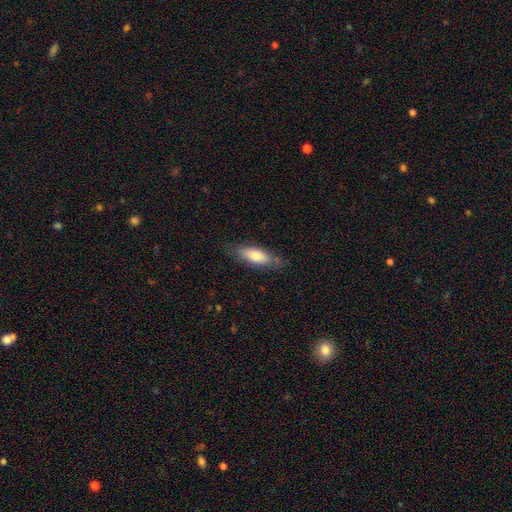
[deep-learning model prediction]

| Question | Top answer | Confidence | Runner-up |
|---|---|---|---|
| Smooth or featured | smooth | 71% | featured or disk (23%) |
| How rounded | in between | 57% | cigar-shaped (41%) |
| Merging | none | 78% | minor disturbance (16%) |